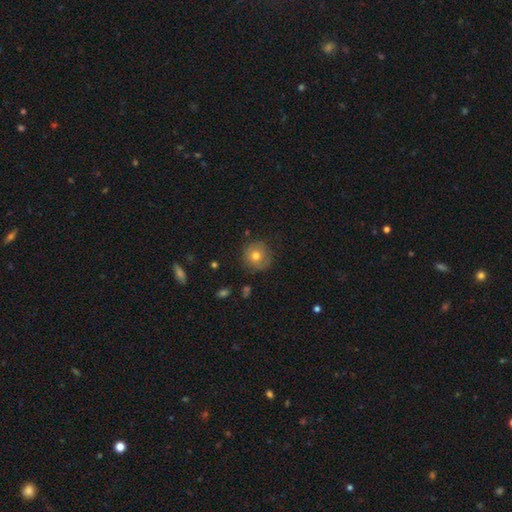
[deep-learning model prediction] Smooth or featured?
  - smooth: 72% *
  - featured or disk: 18%
  - star or artifact: 10%
How rounded?
  - round: 92% *
  - in between: 7%
  - cigar-shaped: 1%
Merging?
  - none: 82% *
  - minor disturbance: 13%
  - major disturbance: 4%
  - merger: 1%